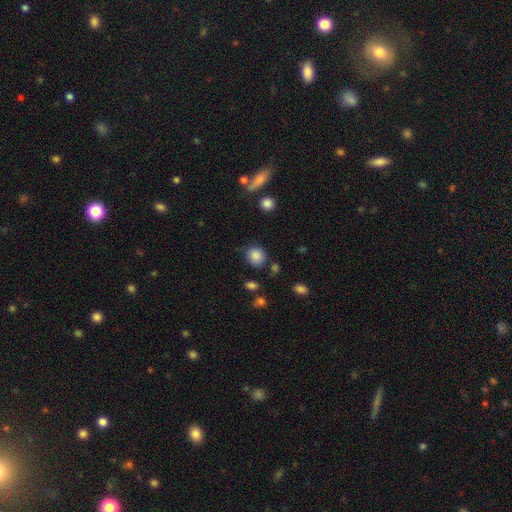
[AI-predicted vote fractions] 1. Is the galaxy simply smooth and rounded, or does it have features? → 86% smooth, 10% star or artifact, 4% featured or disk.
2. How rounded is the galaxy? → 81% round, 18% in between, 1% cigar-shaped.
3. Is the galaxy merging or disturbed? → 77% none, 14% minor disturbance, 4% major disturbance, 4% merger.